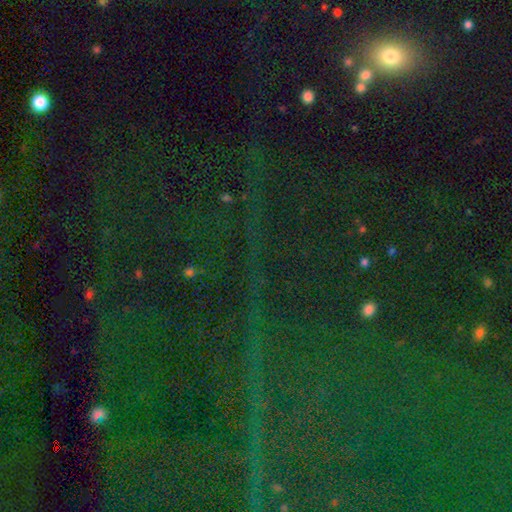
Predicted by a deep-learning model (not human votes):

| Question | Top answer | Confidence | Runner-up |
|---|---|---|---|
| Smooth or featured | star or artifact | 83% | smooth (9%) |